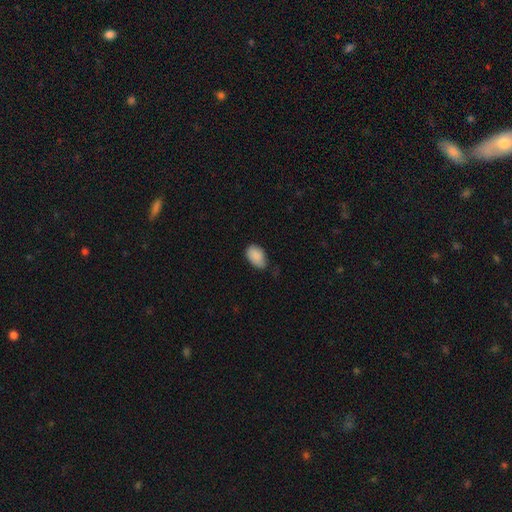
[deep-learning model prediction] Smooth or featured?
  - smooth: 89% *
  - star or artifact: 7%
  - featured or disk: 4%
How rounded?
  - in between: 87% *
  - round: 11%
  - cigar-shaped: 1%
Merging?
  - none: 55% *
  - minor disturbance: 37%
  - major disturbance: 6%
  - merger: 2%